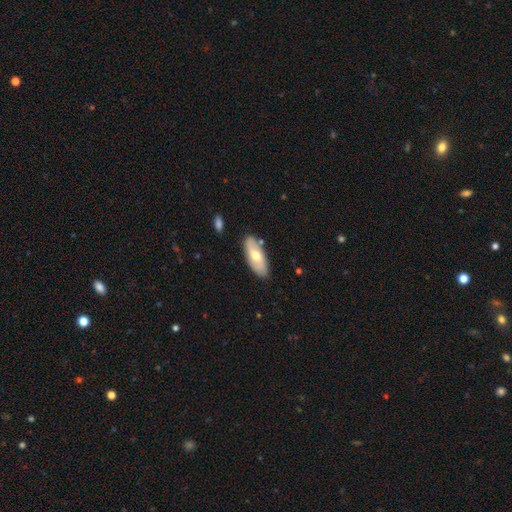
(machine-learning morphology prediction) A smooth galaxy with no disk features (58%) that is in between round and cigar-shaped (81%).

Vote fractions:
- Smooth or featured? smooth: 58% / featured or disk: 37% / star or artifact: 5%
- How rounded? in between: 81% / cigar-shaped: 17% / round: 2%
- Merging? none: 83% / minor disturbance: 12% / merger: 3% / major disturbance: 2%